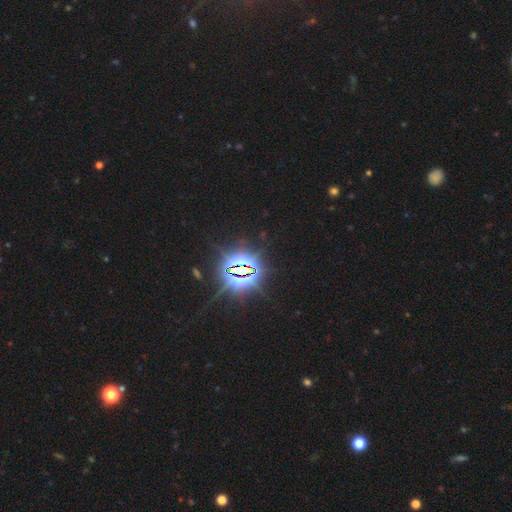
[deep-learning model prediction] Smooth or featured? star or artifact (85%)